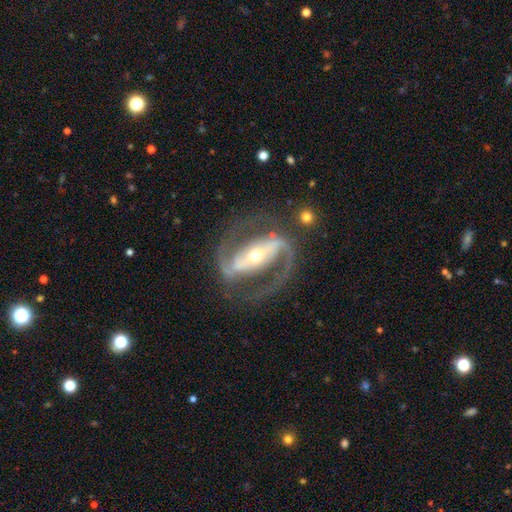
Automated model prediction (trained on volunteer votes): Smooth or featured? Predicted: featured or disk (p=0.91). Edge-on disk? Predicted: no (p=0.96). Bar? Predicted: strong (p=0.68). Spiral arms? Predicted: yes (p=0.97). Spiral winding? Predicted: medium (p=0.56). Spiral arm count? Predicted: 2 (p=0.92). Bulge size? Predicted: small (p=0.51). Merging? Predicted: none (p=0.77).